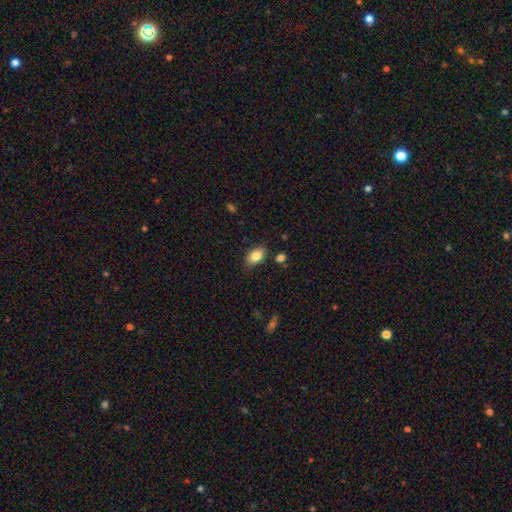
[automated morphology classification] Smooth or featured?
  - smooth: 83% *
  - featured or disk: 9%
  - star or artifact: 8%
How rounded?
  - in between: 90% *
  - round: 8%
  - cigar-shaped: 2%
Merging?
  - none: 81% *
  - minor disturbance: 14%
  - major disturbance: 3%
  - merger: 3%